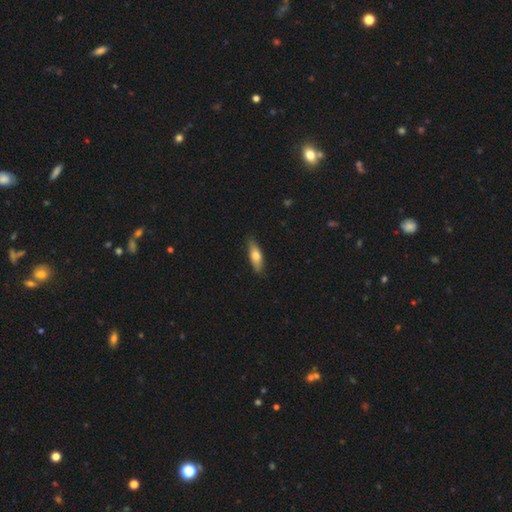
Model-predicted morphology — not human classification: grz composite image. It shows a smooth galaxy with no disk features (70%) that is in between round and cigar-shaped (54%). Merging: none (84%).